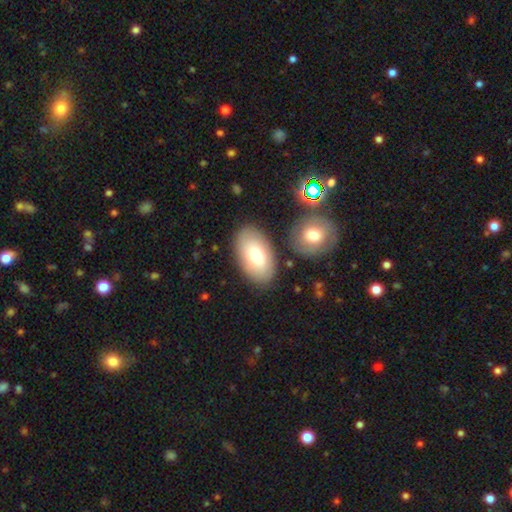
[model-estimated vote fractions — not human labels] Smooth or featured: smooth — 76% (featured or disk — 18%)
How rounded: in between — 94% (round — 5%)
Merging: none — 82% (minor disturbance — 10%)